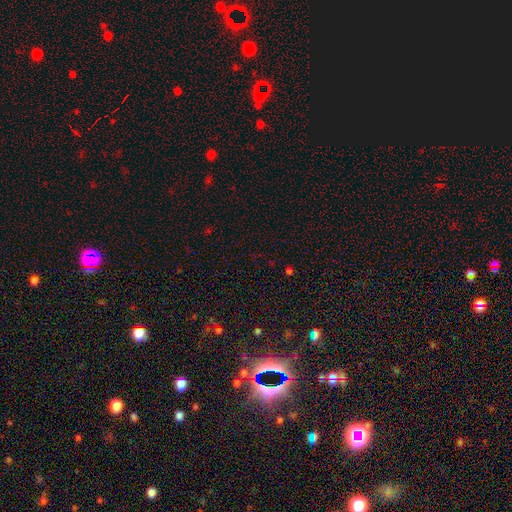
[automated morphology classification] type=star or artifact (67%).